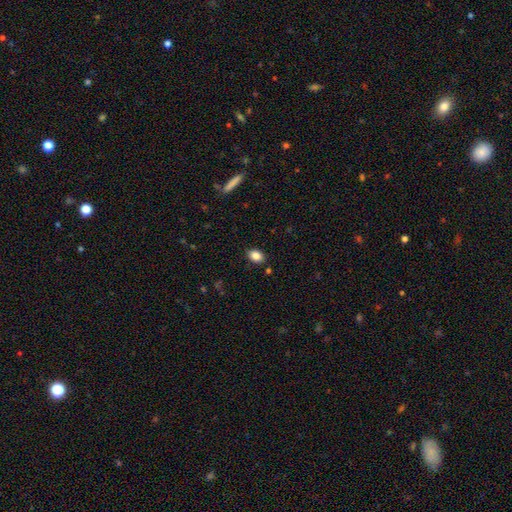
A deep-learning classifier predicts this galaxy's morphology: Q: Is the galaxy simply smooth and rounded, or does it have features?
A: smooth — 85%.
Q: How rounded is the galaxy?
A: in between — 79%.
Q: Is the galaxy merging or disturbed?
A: none — 86%.